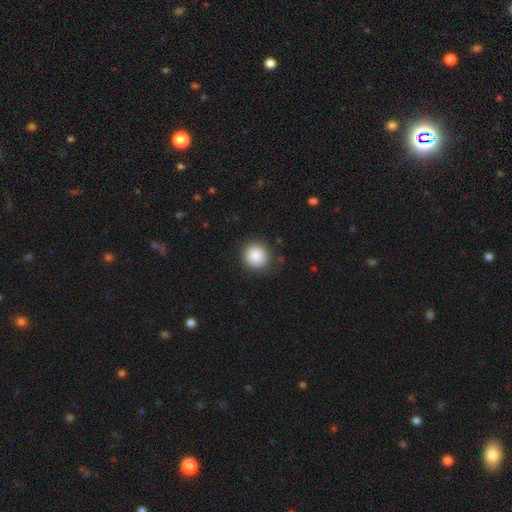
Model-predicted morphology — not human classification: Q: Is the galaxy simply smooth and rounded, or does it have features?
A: smooth — 87%.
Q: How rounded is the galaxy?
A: round — 93%.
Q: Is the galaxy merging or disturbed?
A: none — 88%.